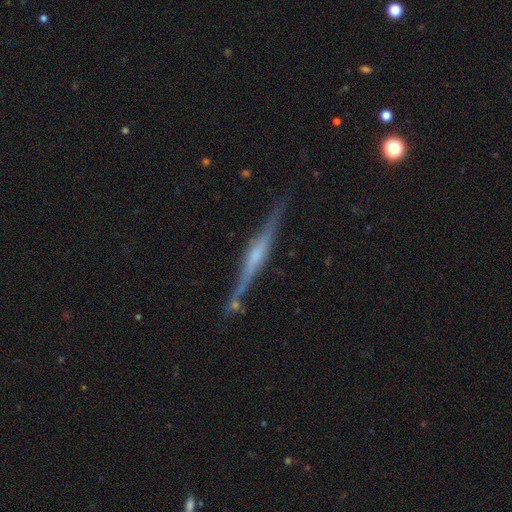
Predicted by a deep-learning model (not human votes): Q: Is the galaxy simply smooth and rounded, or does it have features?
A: featured or disk — 80%.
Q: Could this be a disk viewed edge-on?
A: yes — 98%.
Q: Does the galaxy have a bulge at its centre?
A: rounded — 59%.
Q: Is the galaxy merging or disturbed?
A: none — 83%.